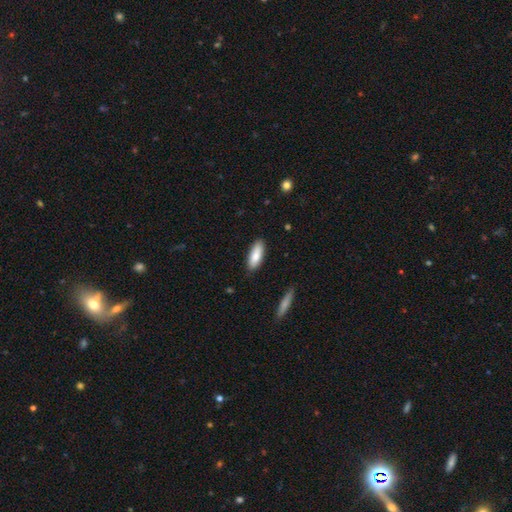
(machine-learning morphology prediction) Smooth or featured: smooth — 83% (featured or disk — 11%)
How rounded: in between — 67% (cigar-shaped — 31%)
Merging: none — 86% (minor disturbance — 11%)